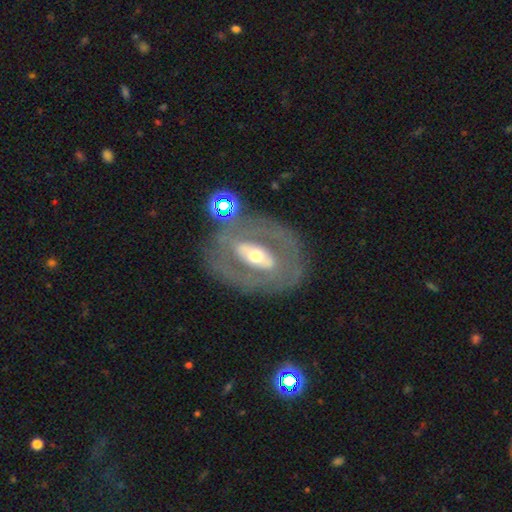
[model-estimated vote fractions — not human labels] smooth-or-featured: featured or disk: 73% | smooth: 20% | star or artifact: 7%
  disk-edge-on: no: 92% | yes: 8%
    bar: strong: 41% | no: 32% | weak: 27%
    has-spiral-arms: no: 64% | yes: 36%
    bulge-size: moderate: 66% | small: 21% | large: 11% | dominant: 2% | none: 1%
  merging: none: 72% | minor disturbance: 13% | major disturbance: 9% | merger: 6%